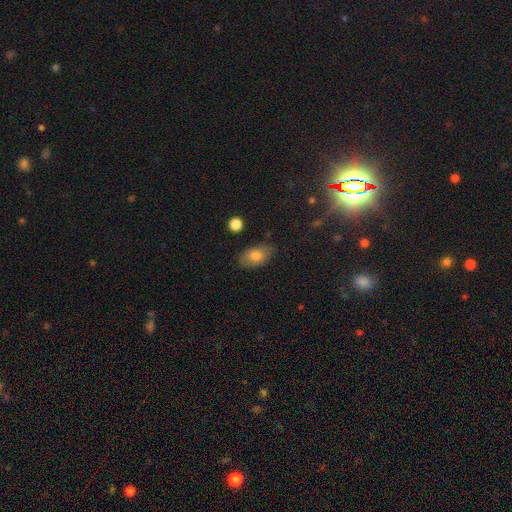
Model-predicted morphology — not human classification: The model was most divided on "smooth or featured": smooth: 77%, featured or disk: 15%, star or artifact: 8%. More confident: how rounded — in between (91%); merging — none (78%).